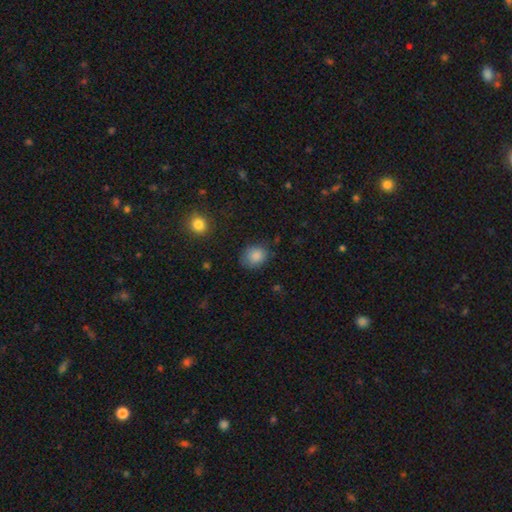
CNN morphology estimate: This is clearly a smooth galaxy (87%). How rounded: possibly round (59%). Merging: likely none (75%).